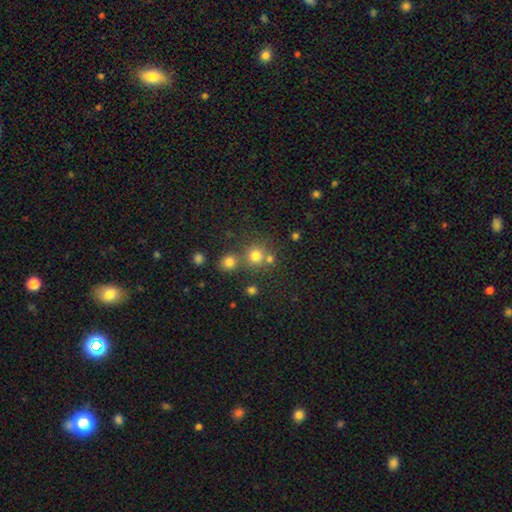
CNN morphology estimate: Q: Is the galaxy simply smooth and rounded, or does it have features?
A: smooth — 76%.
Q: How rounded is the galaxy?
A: round — 90%.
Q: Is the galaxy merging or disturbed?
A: none — 63%.